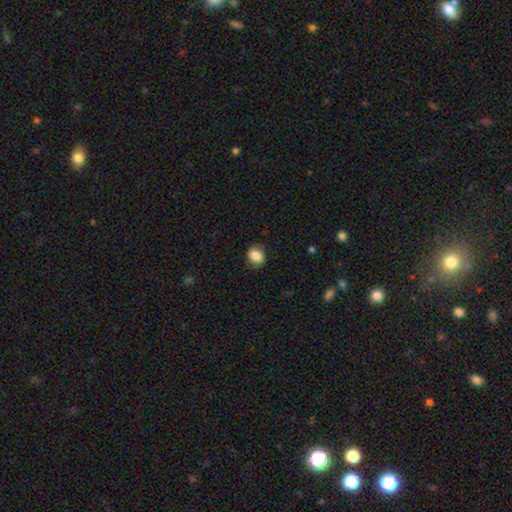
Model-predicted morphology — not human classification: This appears to be a smooth galaxy with no disk features (86%) that is round (58%). Merging: none (82%).